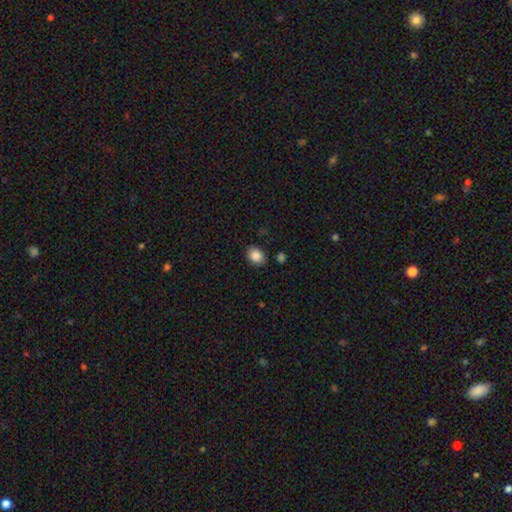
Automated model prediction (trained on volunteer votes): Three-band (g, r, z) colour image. It shows a smooth galaxy with no disk features (86%) that is in between round and cigar-shaped (59%). Merging: none (85%).